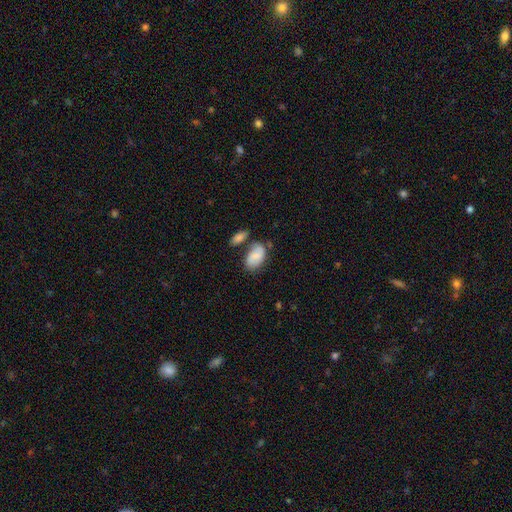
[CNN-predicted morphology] type=smooth (78%); roundness=in between (92%); merging=none (49%).